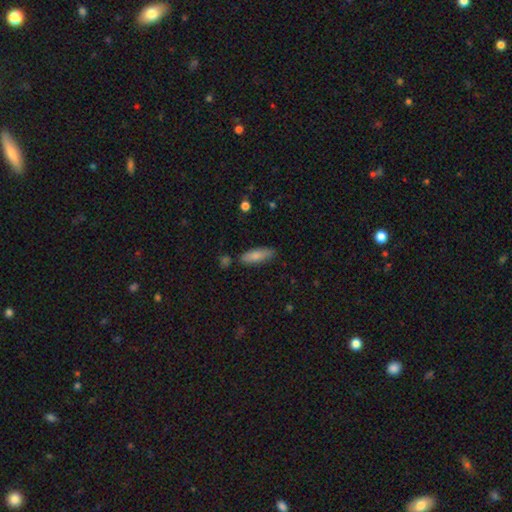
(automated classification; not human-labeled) Smooth or featured? smooth (80%)
How rounded? in between (57%)
Merging? none (78%)